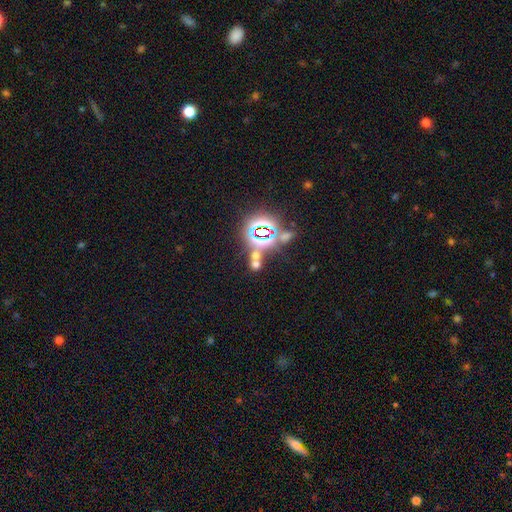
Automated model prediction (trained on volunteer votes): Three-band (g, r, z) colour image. It shows a star or artifact, not a galaxy (49%).